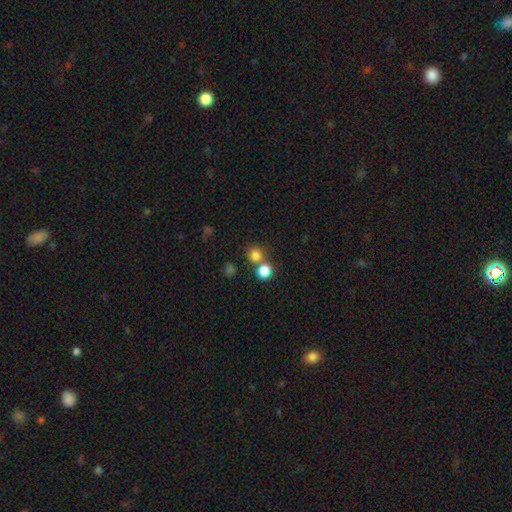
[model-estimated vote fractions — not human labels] Morphology: type=smooth (77%); roundness=round (91%); merging=none (66%).